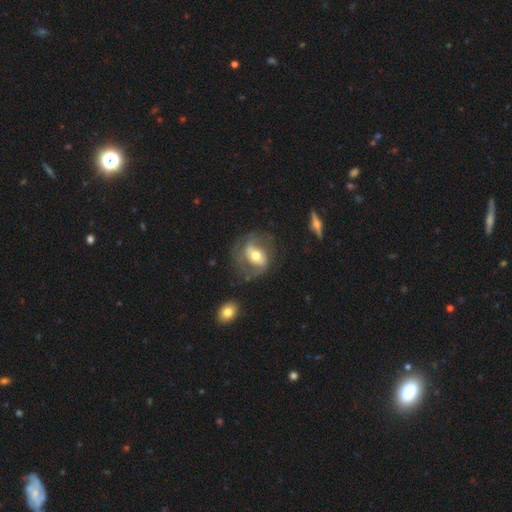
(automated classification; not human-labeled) A featured or disk galaxy (63%) with a weak bar (34%), spiral arms (66%) and a moderate central bulge (70%).

Vote fractions:
- Smooth or featured? featured or disk: 63% / smooth: 30% / star or artifact: 7%
- Edge-on disk? no: 94% / yes: 6%
- Bar? weak: 34% / no: 33% / strong: 32%
- Spiral arms? yes: 66% / no: 34%
- Bulge size? moderate: 70% / large: 14% / small: 14% / dominant: 1% / none: 1%
- Merging? none: 57% / minor disturbance: 21% / major disturbance: 20% / merger: 3%